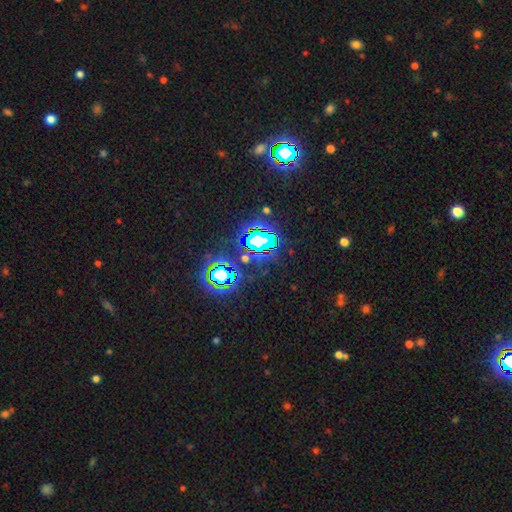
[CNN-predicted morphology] star or artifact 83%, smooth 11%, featured or disk 7%.